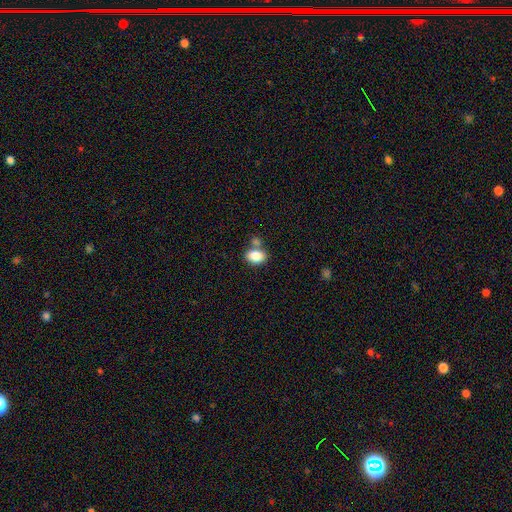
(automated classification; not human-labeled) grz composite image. It shows a smooth galaxy with no disk features (85%) that is in between round and cigar-shaped (76%). Merging: none (56%).